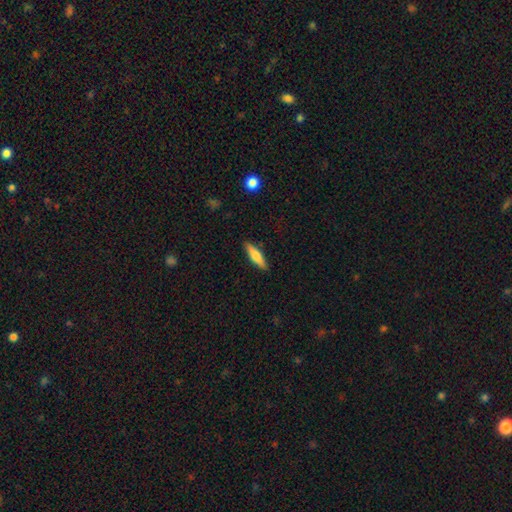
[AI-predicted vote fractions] Smooth or featured? Predicted: smooth (p=0.66). How rounded? Predicted: cigar-shaped (p=0.69). Merging? Predicted: none (p=0.89).